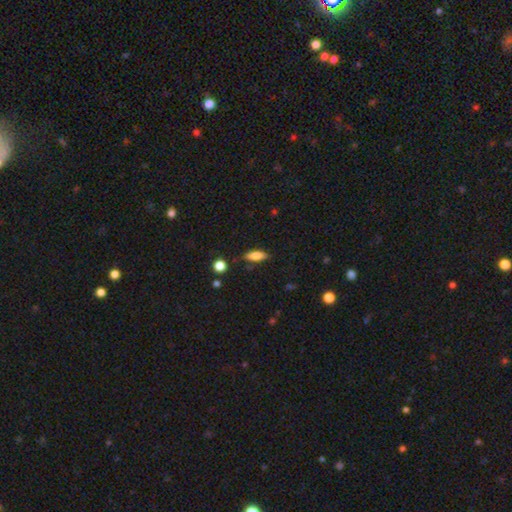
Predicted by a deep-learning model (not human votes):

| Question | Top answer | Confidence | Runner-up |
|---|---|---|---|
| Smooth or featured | smooth | 76% | featured or disk (16%) |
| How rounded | in between | 67% | cigar-shaped (30%) |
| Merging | none | 82% | minor disturbance (13%) |